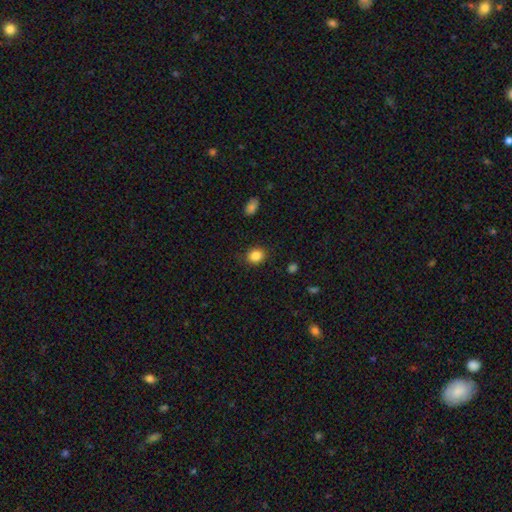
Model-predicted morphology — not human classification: smooth_or_featured: smooth (p=0.85) [alt: star or artifact p=0.10]
how_rounded: round (p=0.62) [alt: in between p=0.37]
merging: none (p=0.84) [alt: minor disturbance p=0.12]